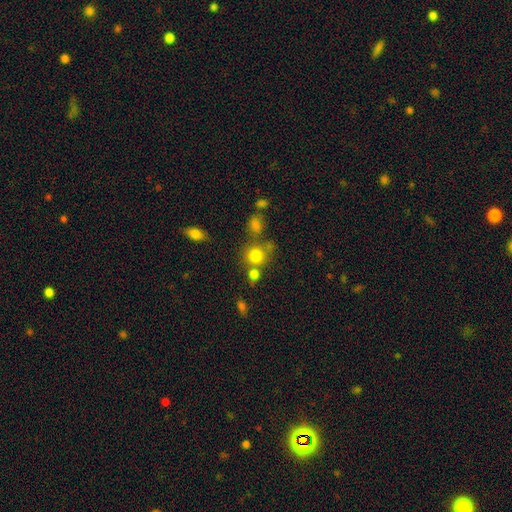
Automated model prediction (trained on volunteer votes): A smooth galaxy with no disk features (79%) that is round (85%).

Vote fractions:
- Smooth or featured? smooth: 79% / star or artifact: 13% / featured or disk: 8%
- How rounded? round: 85% / in between: 14% / cigar-shaped: 1%
- Merging? none: 60% / merger: 24% / minor disturbance: 11% / major disturbance: 5%